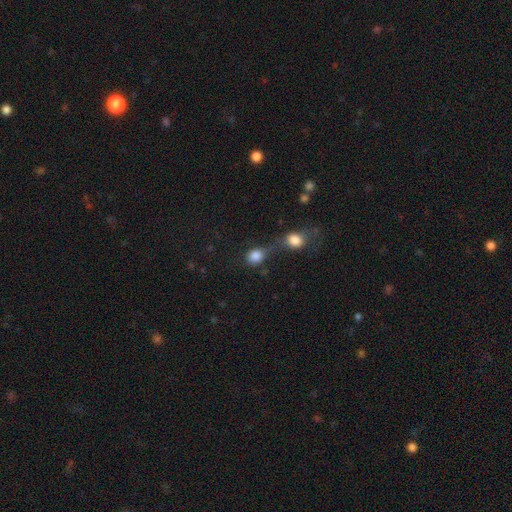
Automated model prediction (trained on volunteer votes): Smooth or featured? smooth (83%)
How rounded? round (68%)
Merging? merger (47%)